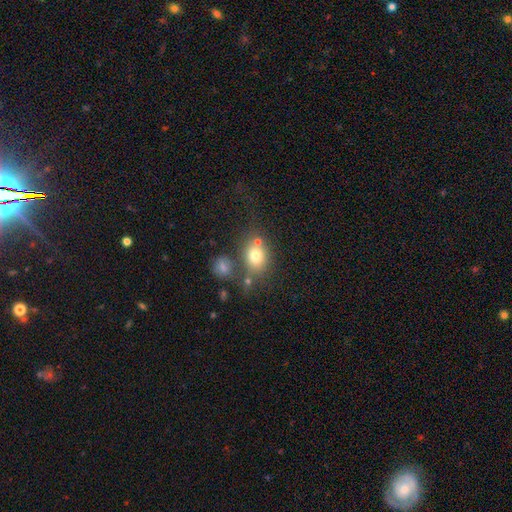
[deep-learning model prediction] This is likely a smooth galaxy (74%). How rounded: possibly round (52%). Merging: possibly none (58%).